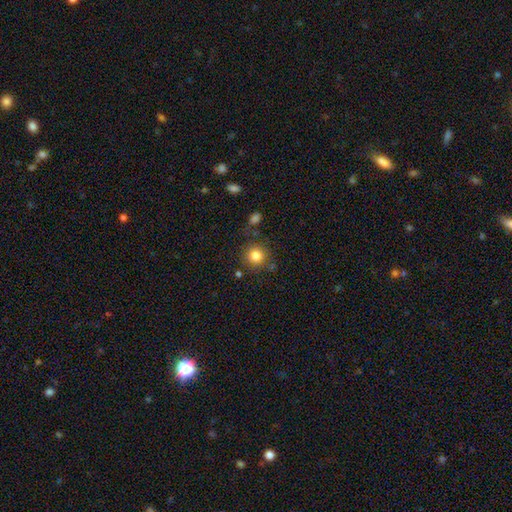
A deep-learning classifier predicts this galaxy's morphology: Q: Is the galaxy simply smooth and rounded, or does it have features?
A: smooth — 83%.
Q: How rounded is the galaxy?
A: round — 92%.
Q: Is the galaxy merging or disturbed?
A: none — 80%.